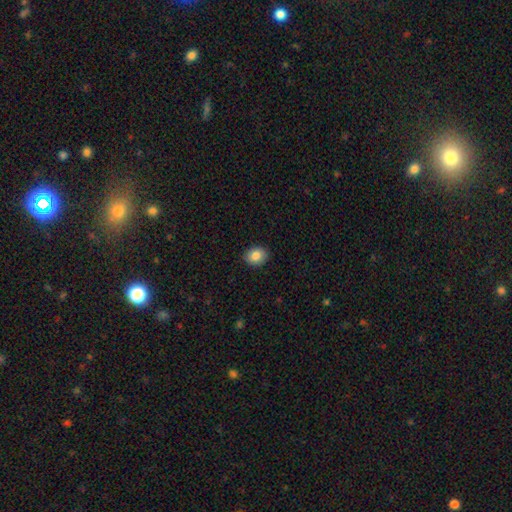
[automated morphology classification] Smooth or featured?
  - smooth: 85% *
  - star or artifact: 8%
  - featured or disk: 7%
How rounded?
  - in between: 51% *
  - round: 48%
  - cigar-shaped: 1%
Merging?
  - none: 89% *
  - minor disturbance: 8%
  - major disturbance: 2%
  - merger: 1%